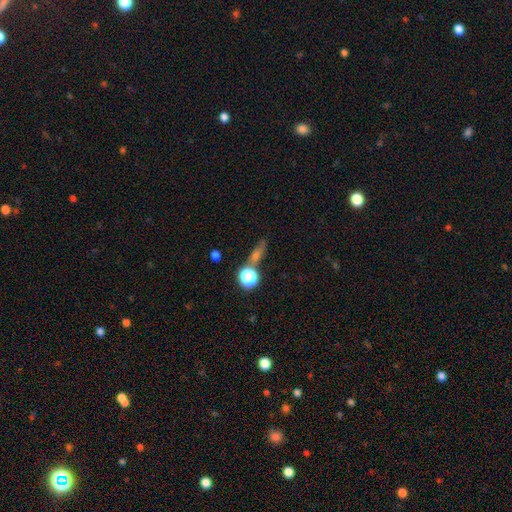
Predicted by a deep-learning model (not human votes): Smooth or featured? smooth (41%)
Merging? none (63%)